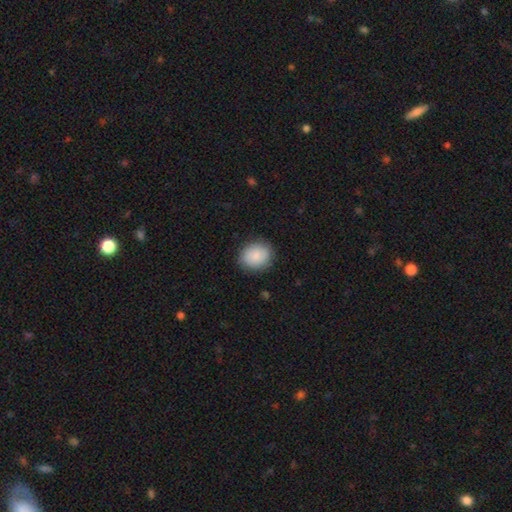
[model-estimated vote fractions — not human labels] A smooth galaxy with no disk features (85%) that is round (70%). Merging: none (86%).